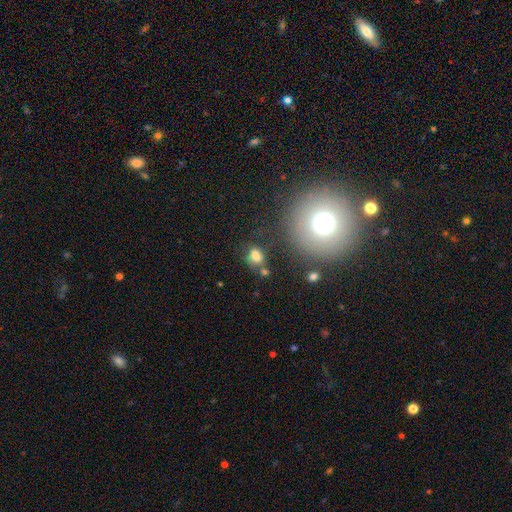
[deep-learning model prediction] Q: Smooth or featured?
A: smooth (71%); runner-up: star or artifact (16%)
Q: How rounded?
A: in between (66%); runner-up: round (32%)
Q: Merging?
A: none (49%); runner-up: minor disturbance (21%)